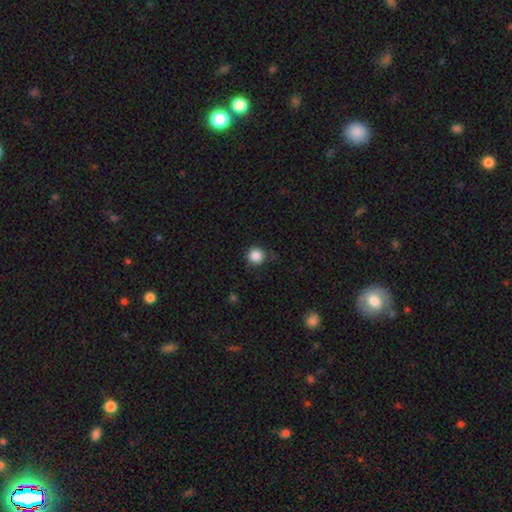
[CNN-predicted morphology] smooth_or_featured: smooth (p=0.87) [alt: star or artifact p=0.10]
how_rounded: round (p=0.95) [alt: in between p=0.04]
merging: none (p=0.85) [alt: minor disturbance p=0.11]